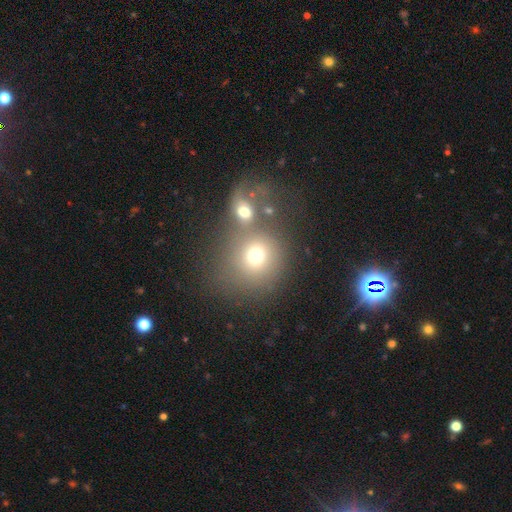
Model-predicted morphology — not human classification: Overall: smooth (70%). How rounded: round (80%). Merging: merger (47%; none 38%).